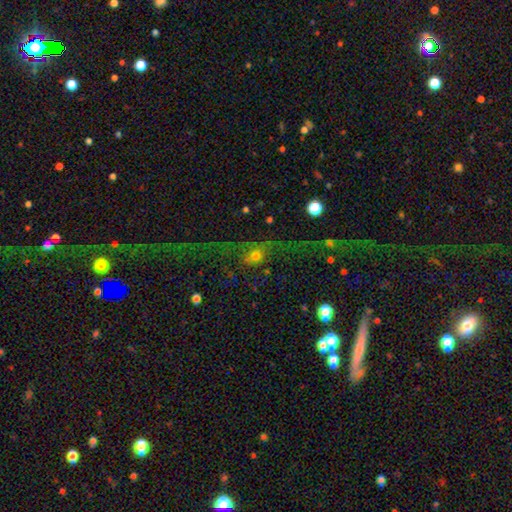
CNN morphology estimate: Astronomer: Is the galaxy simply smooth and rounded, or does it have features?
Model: smooth — 39% (runner-up: featured or disk, 38%).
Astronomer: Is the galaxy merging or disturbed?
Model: none — 46% (runner-up: major disturbance, 30%).